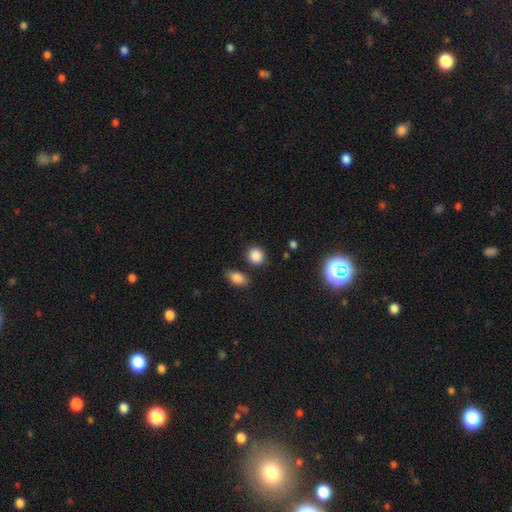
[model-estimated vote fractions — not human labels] Overall: smooth (86%). How rounded: round (81%). Merging: none (81%).